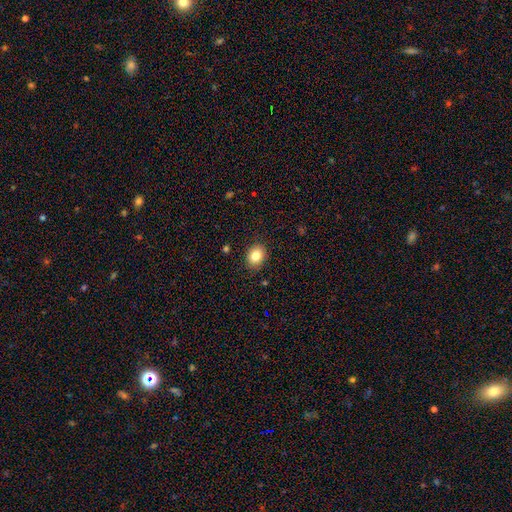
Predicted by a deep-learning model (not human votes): This is clearly a smooth galaxy (83%). How rounded: possibly in between (50%). Merging: clearly none (89%).